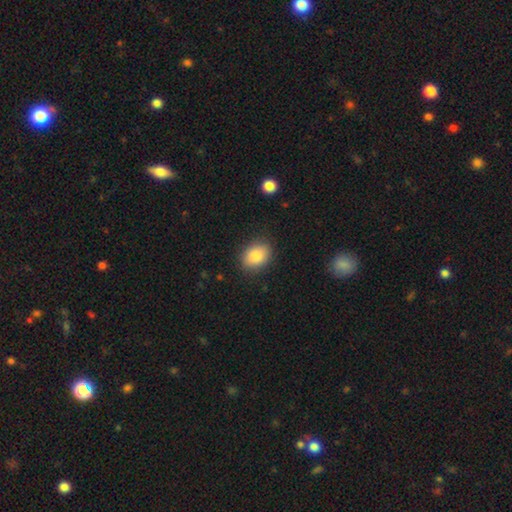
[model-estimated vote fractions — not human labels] Smooth or featured? smooth (86%)
How rounded? in between (65%)
Merging? none (86%)